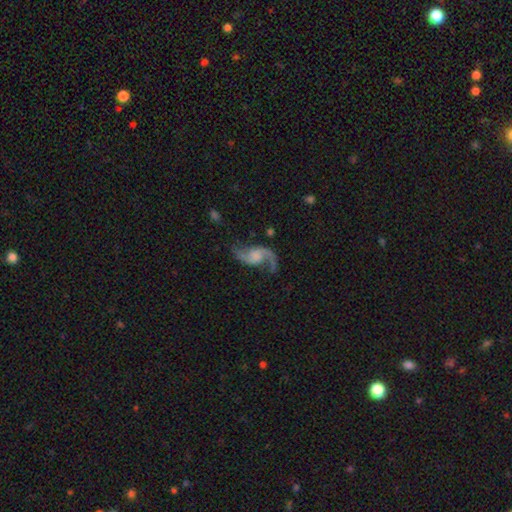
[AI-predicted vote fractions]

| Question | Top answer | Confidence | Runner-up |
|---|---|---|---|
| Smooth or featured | featured or disk | 89% | smooth (6%) |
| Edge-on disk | no | 98% | yes (2%) |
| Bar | no | 58% | weak (33%) |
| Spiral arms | yes | 97% | no (3%) |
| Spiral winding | loose | 75% | medium (21%) |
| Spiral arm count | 2 | 92% | 1 (4%) |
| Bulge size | none | 40% | moderate (21%) |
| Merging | none | 71% | minor disturbance (16%) |